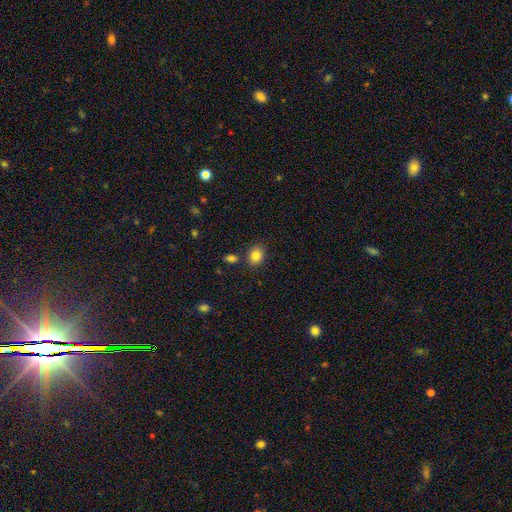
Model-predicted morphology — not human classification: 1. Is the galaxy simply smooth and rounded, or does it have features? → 84% smooth, 10% star or artifact, 6% featured or disk.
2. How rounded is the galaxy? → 52% round, 47% in between, 1% cigar-shaped.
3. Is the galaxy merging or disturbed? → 80% none, 10% minor disturbance, 6% merger, 3% major disturbance.